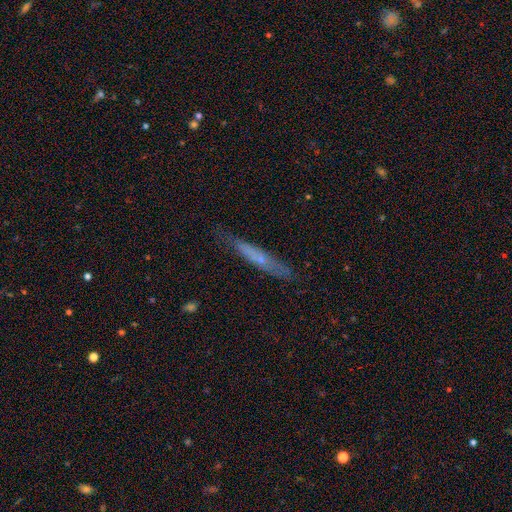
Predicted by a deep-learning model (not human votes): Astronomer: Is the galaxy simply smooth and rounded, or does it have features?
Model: featured or disk — 46%, tied with smooth at 46%.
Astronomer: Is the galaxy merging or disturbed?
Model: none — 76%.